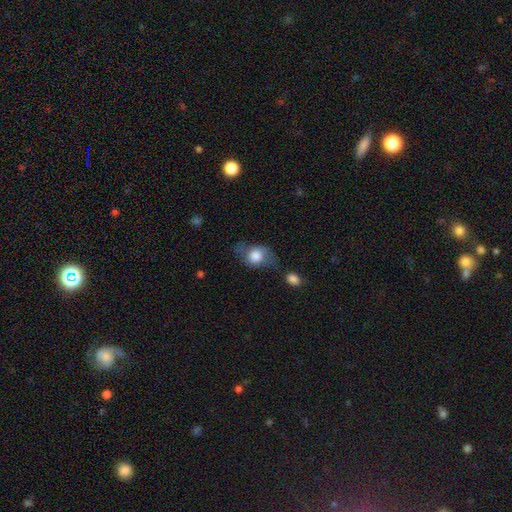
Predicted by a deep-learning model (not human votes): smooth_or_featured: smooth (p=0.70) [alt: featured or disk p=0.23]
how_rounded: in between (p=0.58) [alt: round p=0.40]
merging: none (p=0.51) [alt: minor disturbance p=0.27]